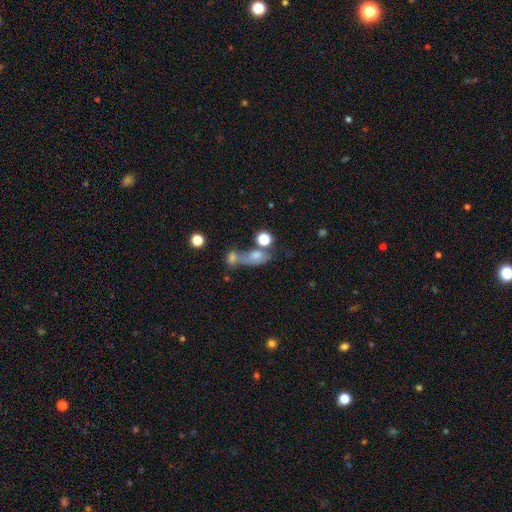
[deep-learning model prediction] smooth-or-featured: smooth: 55% | featured or disk: 24% | star or artifact: 21%
  how-rounded: in between: 54% | round: 33% | cigar-shaped: 14%
  merging: merger: 39% | none: 32% | major disturbance: 15% | minor disturbance: 13%